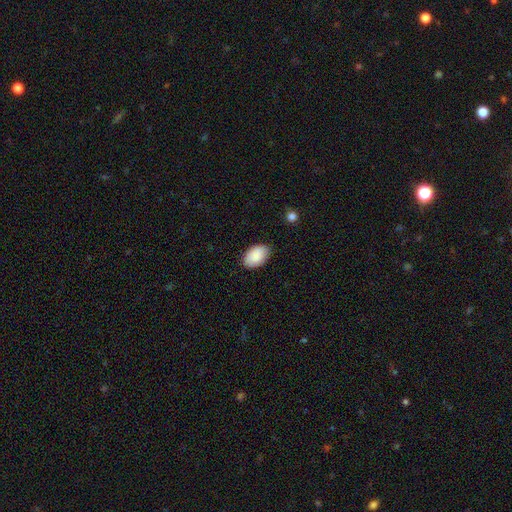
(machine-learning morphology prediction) Smooth or featured: smooth — 88% (star or artifact — 6%)
How rounded: in between — 92% (round — 7%)
Merging: none — 81% (minor disturbance — 15%)